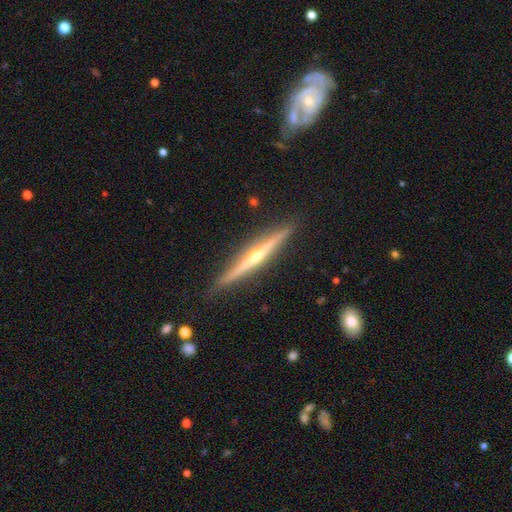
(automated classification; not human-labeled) A featured or disk galaxy (83%) viewed edge-on (98%) with a rounded central bulge (89%). Merging: none (91%).